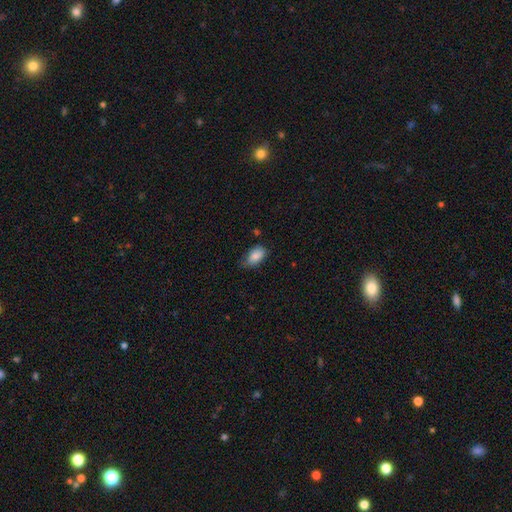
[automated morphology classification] Smooth or featured: smooth — 85% (featured or disk — 8%)
How rounded: in between — 93% (round — 5%)
Merging: none — 59% (minor disturbance — 33%)